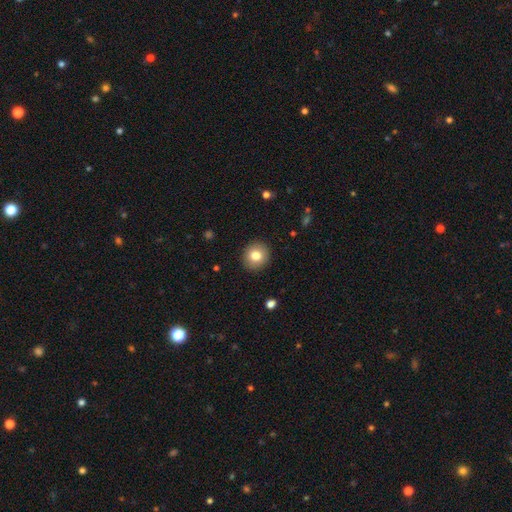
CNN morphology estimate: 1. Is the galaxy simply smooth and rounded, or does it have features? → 81% smooth, 10% featured or disk, 9% star or artifact.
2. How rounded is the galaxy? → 89% round, 10% in between, 1% cigar-shaped.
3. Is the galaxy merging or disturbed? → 91% none, 6% minor disturbance, 2% major disturbance, 1% merger.